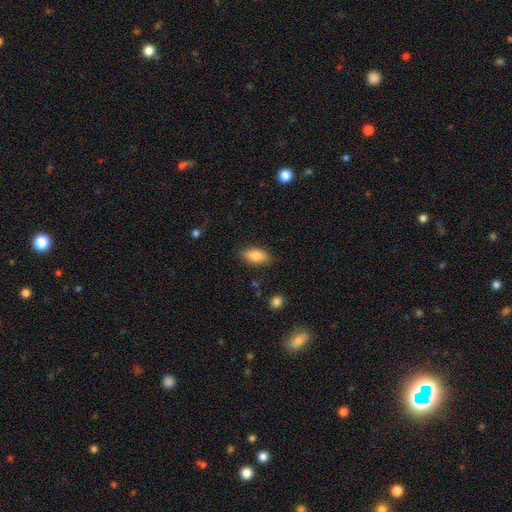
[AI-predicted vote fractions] smooth-or-featured: smooth: 83% | featured or disk: 10% | star or artifact: 7%
  how-rounded: in between: 86% | cigar-shaped: 10% | round: 3%
  merging: none: 85% | minor disturbance: 11% | major disturbance: 3% | merger: 1%